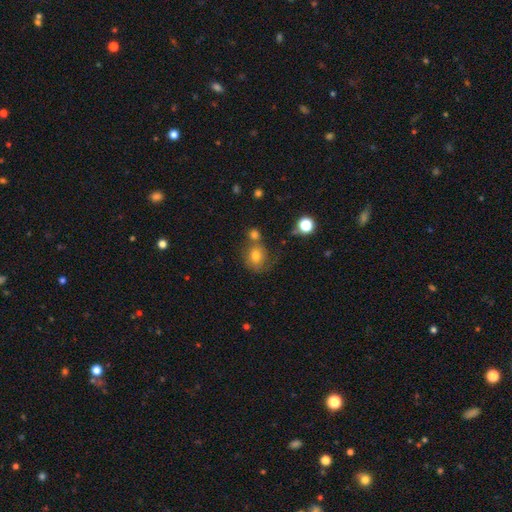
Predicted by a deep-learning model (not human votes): Overall: smooth (65%). How rounded: round (67%; in between 32%). Merging: none (47%; merger 21%).